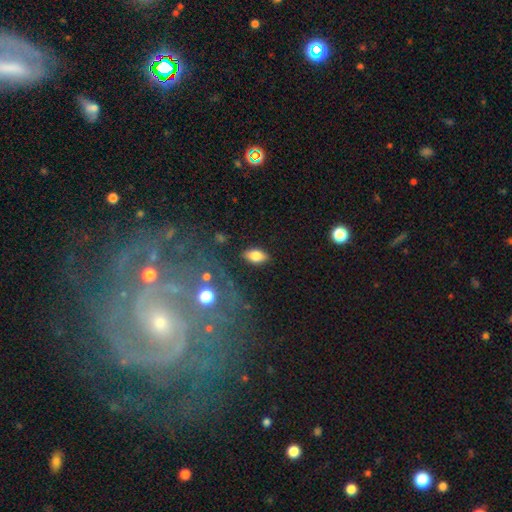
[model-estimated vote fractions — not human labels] smooth 77%, featured or disk 15%, star or artifact 9%. Down the decision tree: how rounded — in between (90%); merging — none (86%).